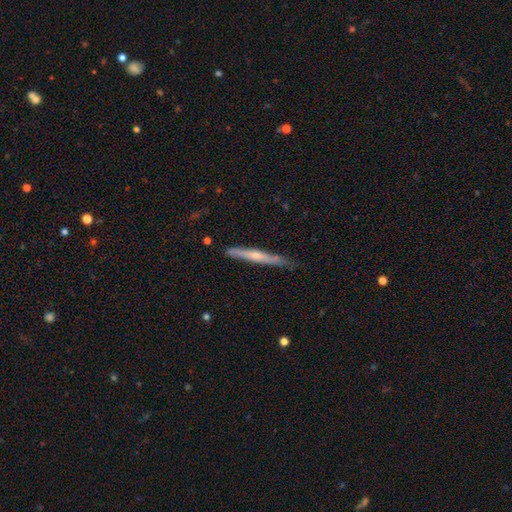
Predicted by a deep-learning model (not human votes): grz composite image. It shows a featured or disk galaxy (51%) viewed edge-on (94%). Merging: none (76%).